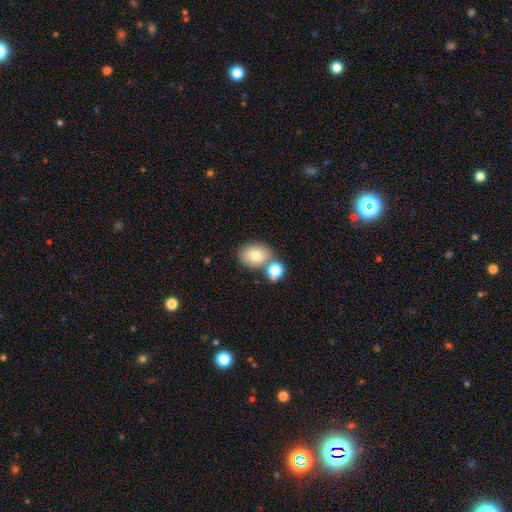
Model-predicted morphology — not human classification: A smooth galaxy with no disk features (79%) that is in between round and cigar-shaped (65%). Merging: none (61%).